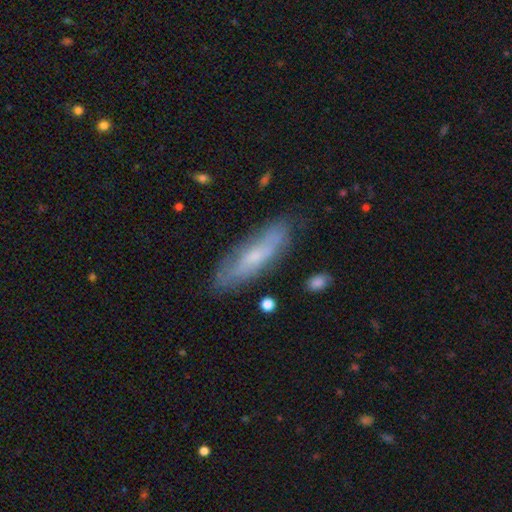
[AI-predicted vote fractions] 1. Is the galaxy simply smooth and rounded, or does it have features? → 47% smooth, 46% featured or disk, 7% star or artifact.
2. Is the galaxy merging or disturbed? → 76% none, 18% minor disturbance, 4% major disturbance, 2% merger.